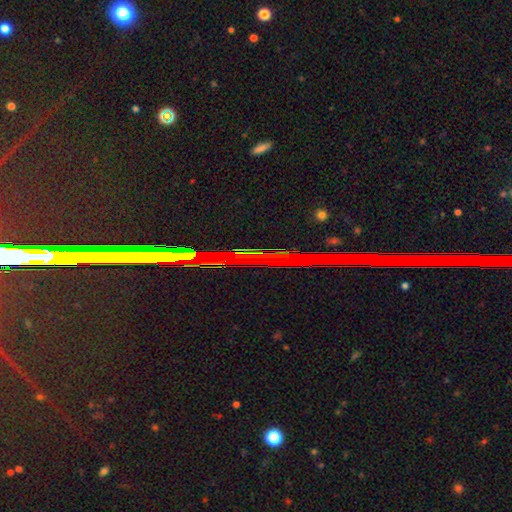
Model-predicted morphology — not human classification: type=star or artifact (78%).